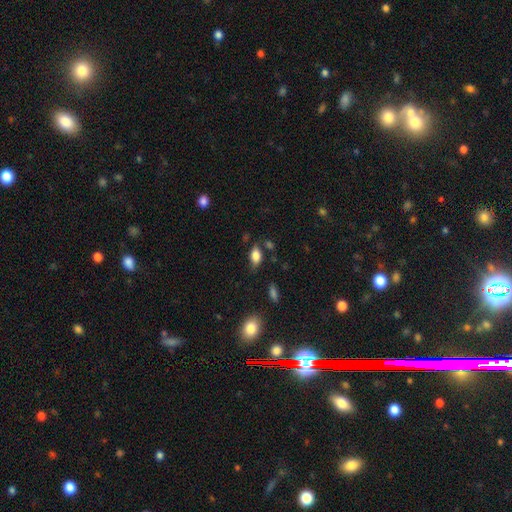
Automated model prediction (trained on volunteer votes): A smooth galaxy with no disk features (80%) that is in between round and cigar-shaped (88%).

Vote fractions:
- Smooth or featured? smooth: 80% / featured or disk: 12% / star or artifact: 9%
- How rounded? in between: 88% / round: 7% / cigar-shaped: 5%
- Merging? none: 70% / minor disturbance: 21% / major disturbance: 5% / merger: 3%